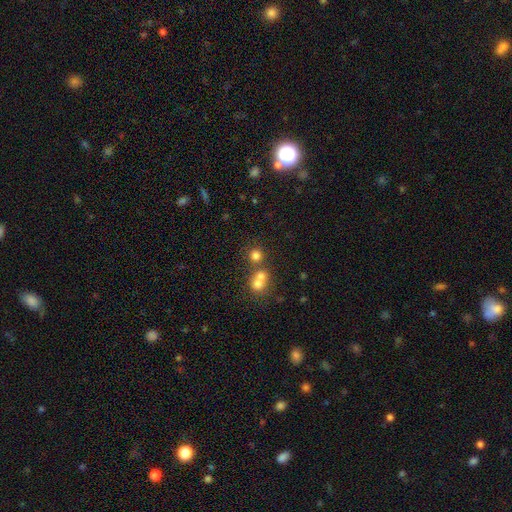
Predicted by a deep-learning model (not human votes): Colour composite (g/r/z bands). It shows a smooth galaxy with no disk features (74%) that is round (87%). Merging: none (50%).